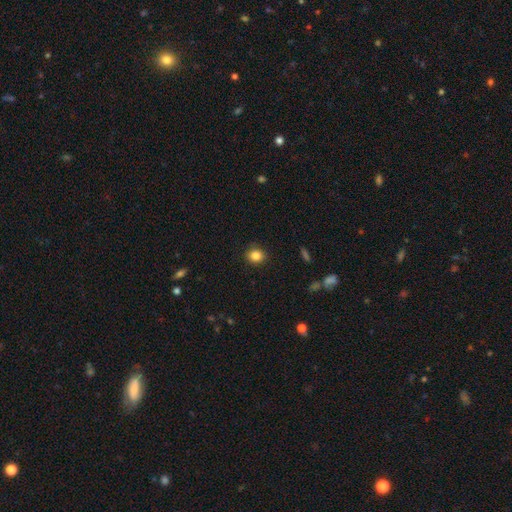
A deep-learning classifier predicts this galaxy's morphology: A smooth galaxy with no disk features (84%) that is round (72%). Merging: none (89%).